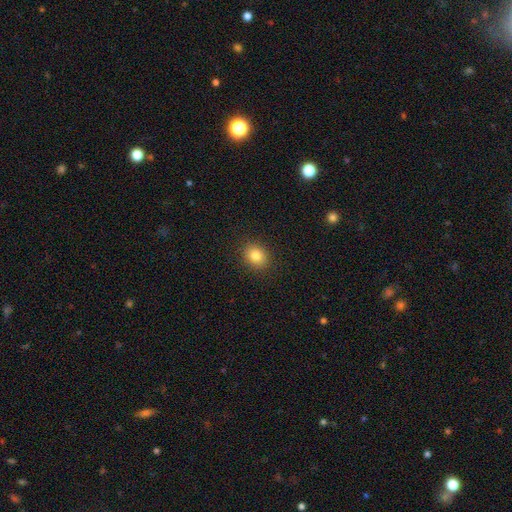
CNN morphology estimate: smooth_or_featured: smooth (p=0.83) [alt: star or artifact p=0.10]
how_rounded: round (p=0.55) [alt: in between p=0.44]
merging: none (p=0.90) [alt: minor disturbance p=0.07]